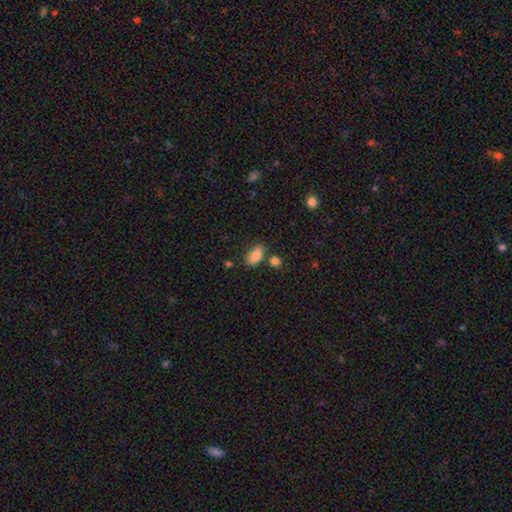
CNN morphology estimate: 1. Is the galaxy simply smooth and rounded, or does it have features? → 82% smooth, 9% featured or disk, 8% star or artifact.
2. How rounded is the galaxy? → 89% in between, 7% round, 4% cigar-shaped.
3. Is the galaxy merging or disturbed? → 69% none, 16% minor disturbance, 11% merger, 4% major disturbance.